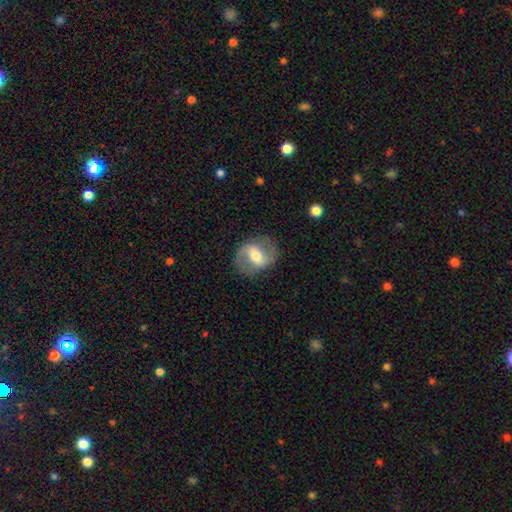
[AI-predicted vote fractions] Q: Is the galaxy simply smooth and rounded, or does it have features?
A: featured or disk — 72%.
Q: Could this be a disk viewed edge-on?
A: no — 96%.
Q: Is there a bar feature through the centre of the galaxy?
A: weak — 46%.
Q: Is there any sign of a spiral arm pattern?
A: yes — 82%.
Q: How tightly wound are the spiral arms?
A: medium — 49%.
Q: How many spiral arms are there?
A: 2 — 89%.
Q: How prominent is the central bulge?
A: moderate — 68%.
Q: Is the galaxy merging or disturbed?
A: none — 82%.